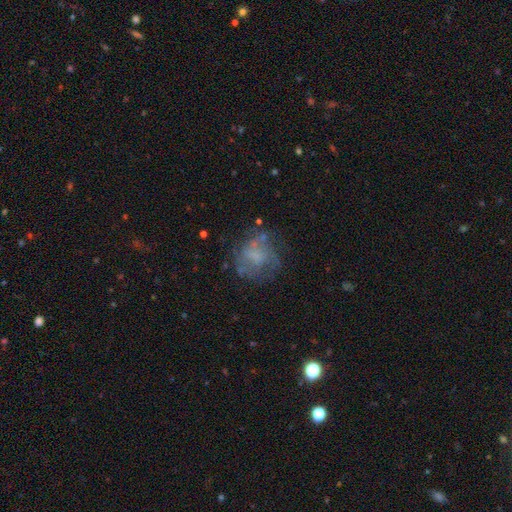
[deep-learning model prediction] Overall: featured or disk (48%; smooth 39%). Merging: none (56%; minor disturbance 21%).